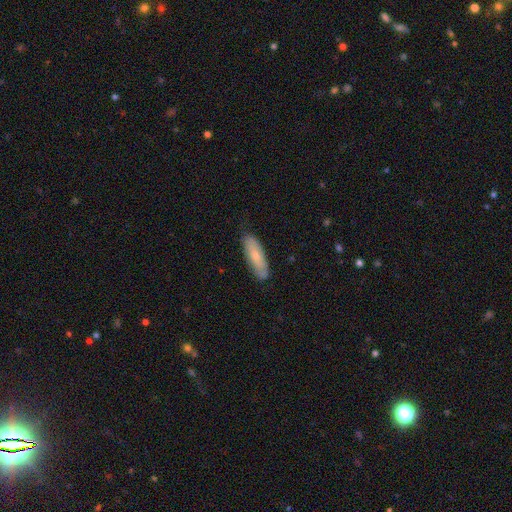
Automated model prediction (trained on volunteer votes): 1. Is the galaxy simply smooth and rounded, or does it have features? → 70% smooth, 25% featured or disk, 6% star or artifact.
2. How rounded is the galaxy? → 52% in between, 47% cigar-shaped, 2% round.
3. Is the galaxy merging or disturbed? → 77% none, 18% minor disturbance, 3% major disturbance, 2% merger.